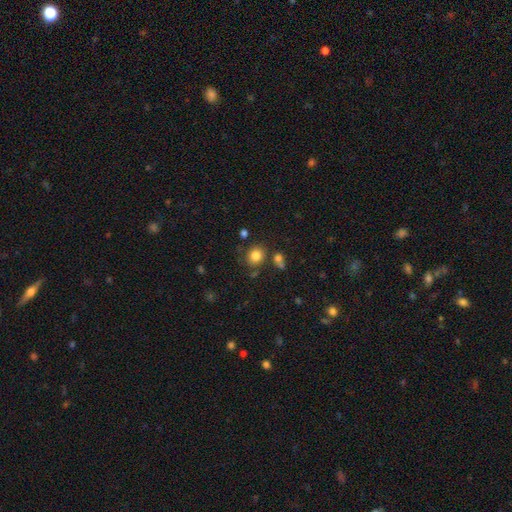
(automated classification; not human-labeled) Smooth or featured?
  - smooth: 82% *
  - star or artifact: 11%
  - featured or disk: 7%
How rounded?
  - round: 68% *
  - in between: 31%
  - cigar-shaped: 1%
Merging?
  - none: 72% *
  - minor disturbance: 13%
  - merger: 10%
  - major disturbance: 5%